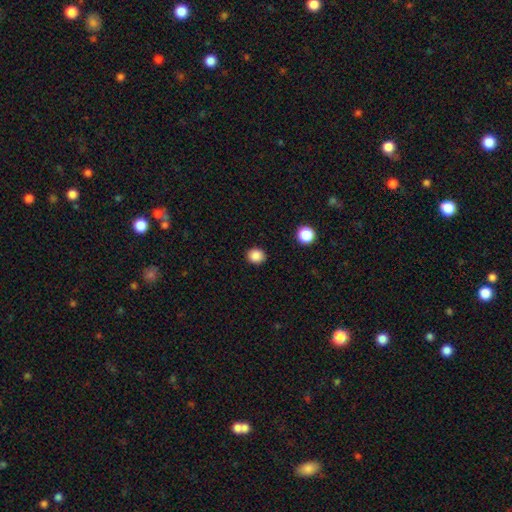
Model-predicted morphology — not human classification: A smooth galaxy with no disk features (86%) that is round (80%).

Vote fractions:
- Smooth or featured? smooth: 86% / star or artifact: 11% / featured or disk: 3%
- How rounded? round: 80% / in between: 20% / cigar-shaped: 1%
- Merging? none: 90% / minor disturbance: 6% / major disturbance: 2% / merger: 1%